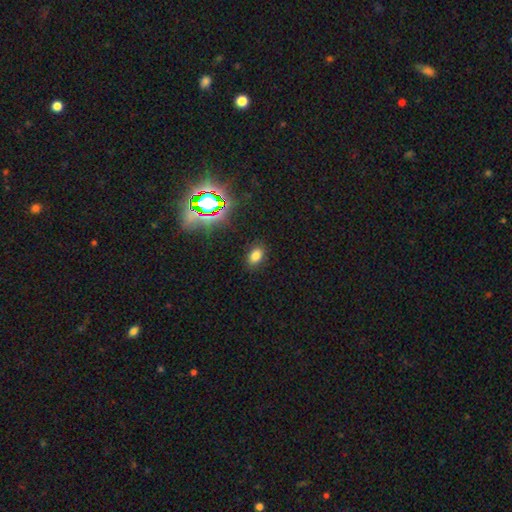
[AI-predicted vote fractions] Smooth or featured? Predicted: smooth (p=0.74). How rounded? Predicted: in between (p=0.83). Merging? Predicted: none (p=0.87).